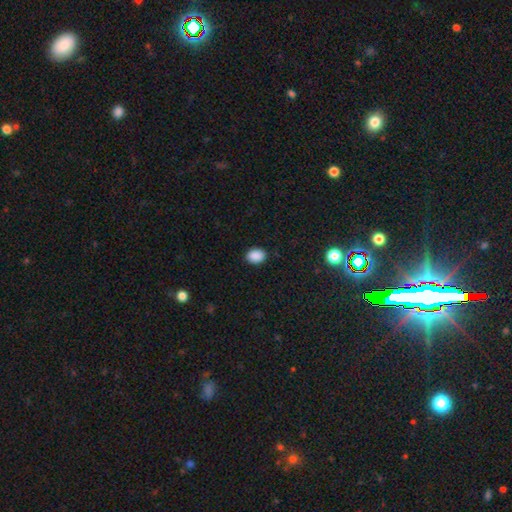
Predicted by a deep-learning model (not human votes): Smooth or featured? Predicted: smooth (p=0.89). How rounded? Predicted: in between (p=0.69). Merging? Predicted: none (p=0.89).